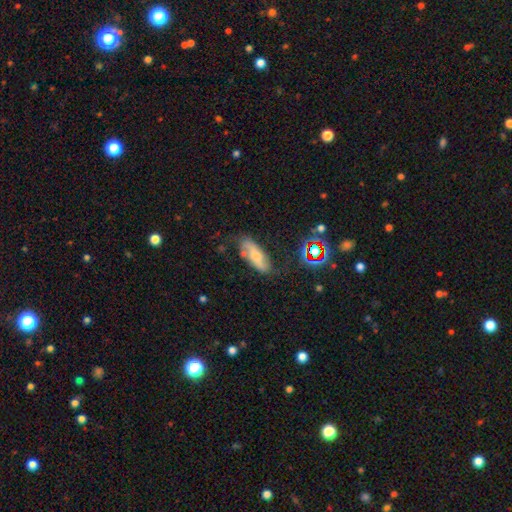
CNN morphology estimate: This is possibly a featured or disk galaxy (50%). It is likely not viewed edge-on (76%). Merging: likely none (63%).